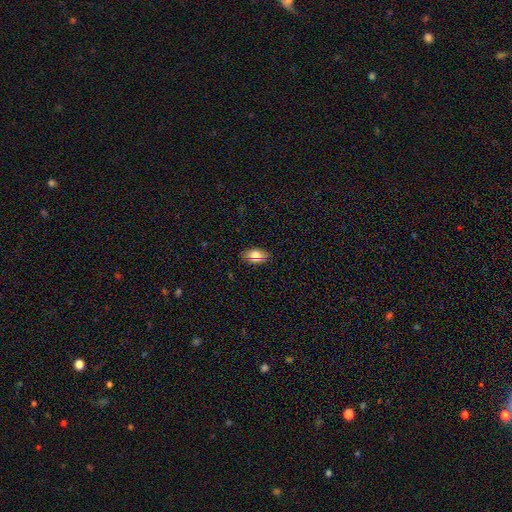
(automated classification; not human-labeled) smooth_or_featured: smooth (p=0.73) [alt: featured or disk p=0.14]
how_rounded: in between (p=0.88) [alt: round p=0.08]
merging: none (p=0.85) [alt: minor disturbance p=0.11]